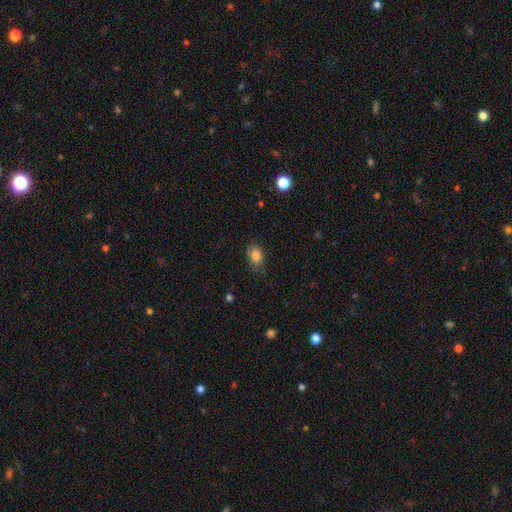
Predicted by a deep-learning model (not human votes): smooth_or_featured: smooth (p=0.82) [alt: star or artifact p=0.10]
how_rounded: in between (p=0.75) [alt: round p=0.23]
merging: none (p=0.79) [alt: minor disturbance p=0.17]